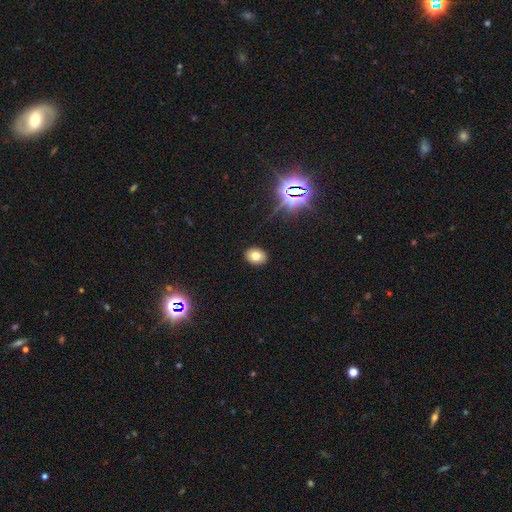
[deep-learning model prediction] Overall: smooth (74%). How rounded: in between (69%; round 30%). Merging: none (89%).